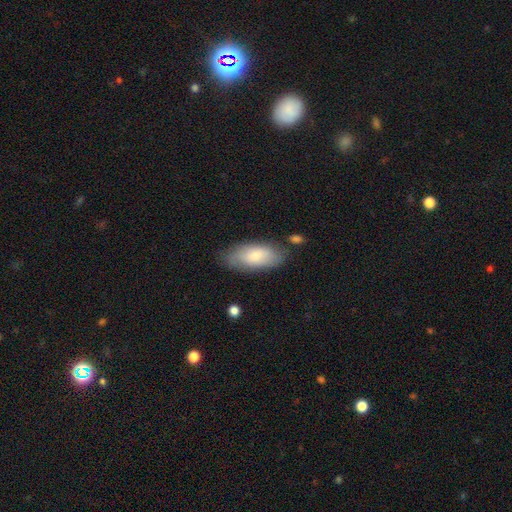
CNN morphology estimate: A smooth galaxy with no disk features (76%) that is in between round and cigar-shaped (86%). Merging: none (74%).